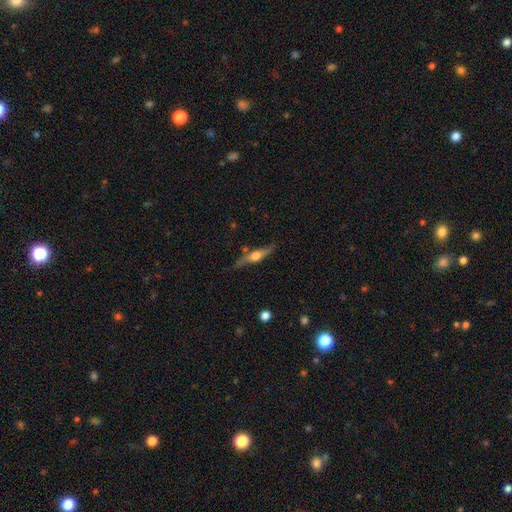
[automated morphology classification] Smooth or featured? featured or disk (67%)
Edge-on disk? yes (92%)
Edge-on bulge? rounded (90%)
Merging? none (74%)